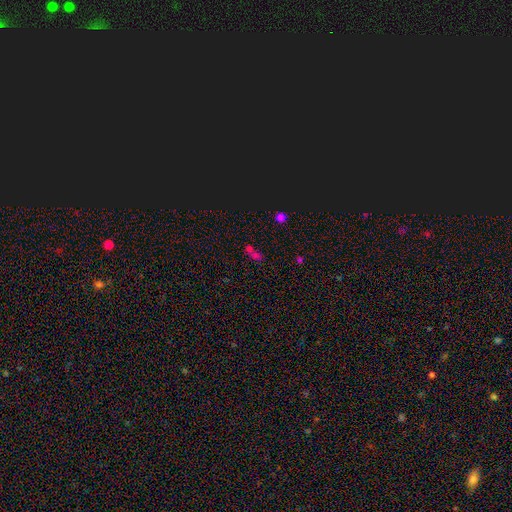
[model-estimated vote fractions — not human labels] Q: Smooth or featured?
A: smooth (51%); runner-up: star or artifact (36%)
Q: How rounded?
A: in between (56%); runner-up: round (36%)
Q: Merging?
A: merger (48%); runner-up: none (37%)